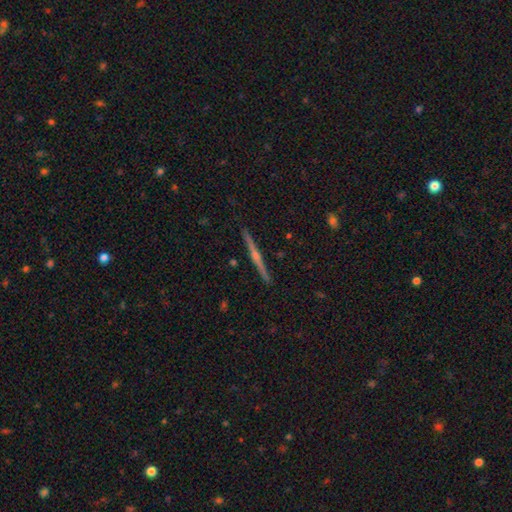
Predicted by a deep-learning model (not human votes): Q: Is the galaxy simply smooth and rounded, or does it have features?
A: featured or disk — 79%.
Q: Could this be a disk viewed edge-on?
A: yes — 99%.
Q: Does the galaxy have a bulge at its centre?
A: rounded — 80%.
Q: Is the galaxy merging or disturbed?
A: none — 93%.